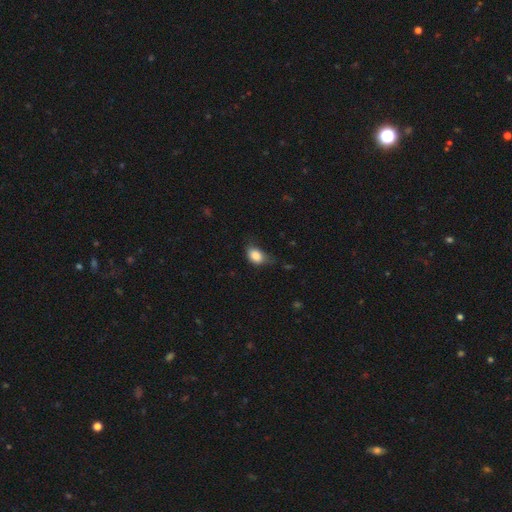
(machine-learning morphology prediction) Overall: smooth (84%). How rounded: in between (77%). Merging: none (48%; minor disturbance 38%).